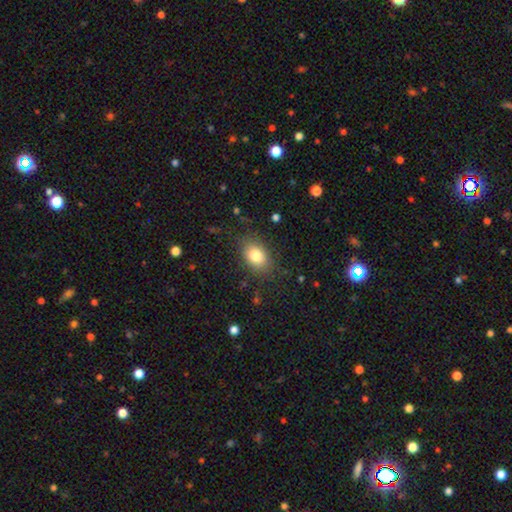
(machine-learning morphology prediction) Overall: smooth (82%). How rounded: in between (76%). Merging: none (81%).